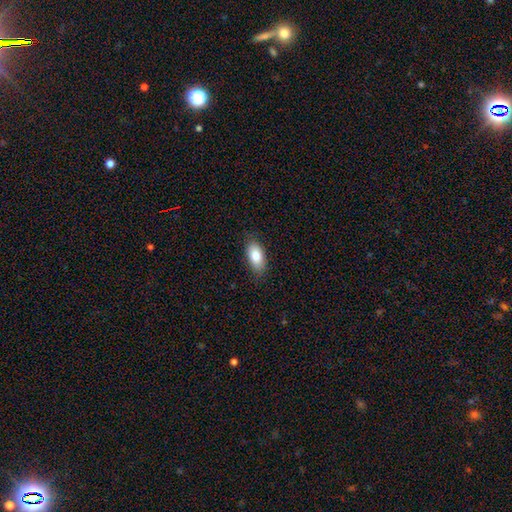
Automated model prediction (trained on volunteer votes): This appears to be a smooth galaxy with no disk features (83%) that is in between round and cigar-shaped (91%). Merging: none (85%).